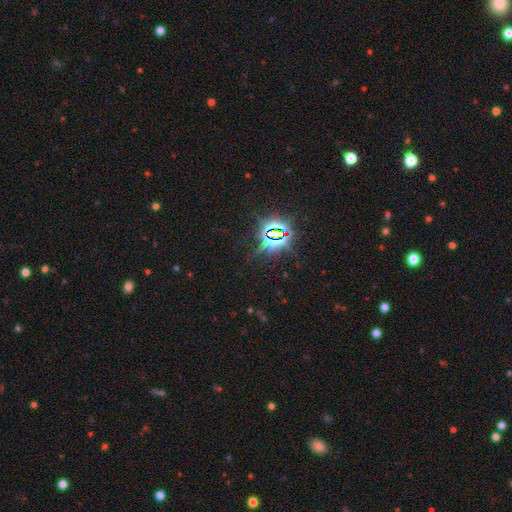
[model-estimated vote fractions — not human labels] smooth-or-featured: star or artifact: 69% | smooth: 23% | featured or disk: 8%